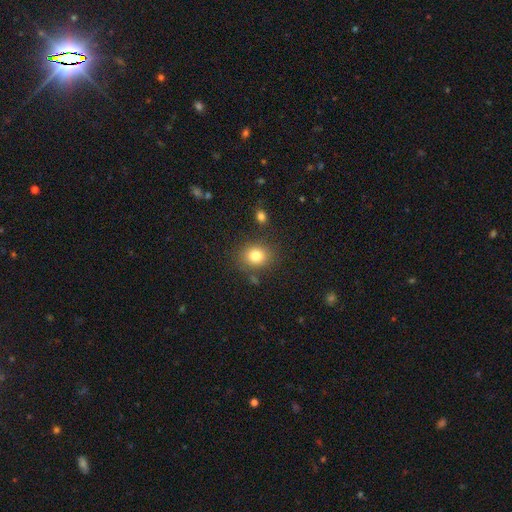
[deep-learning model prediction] Smooth or featured?
  - smooth: 80% *
  - star or artifact: 11%
  - featured or disk: 8%
How rounded?
  - round: 64% *
  - in between: 35%
  - cigar-shaped: 1%
Merging?
  - none: 81% *
  - minor disturbance: 10%
  - merger: 4%
  - major disturbance: 4%